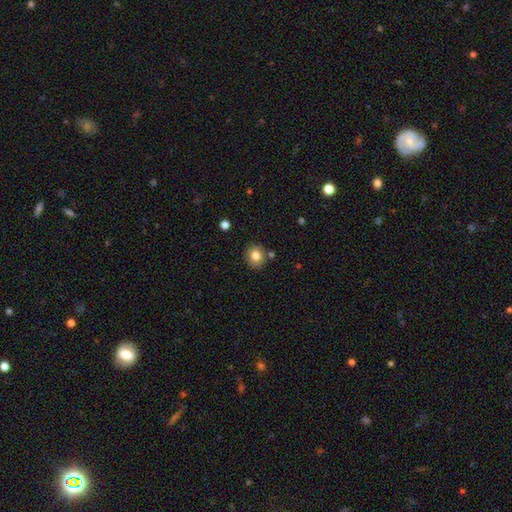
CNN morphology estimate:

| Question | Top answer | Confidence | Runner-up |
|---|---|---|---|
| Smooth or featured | smooth | 81% | star or artifact (10%) |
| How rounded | round | 73% | in between (26%) |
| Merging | none | 83% | minor disturbance (10%) |